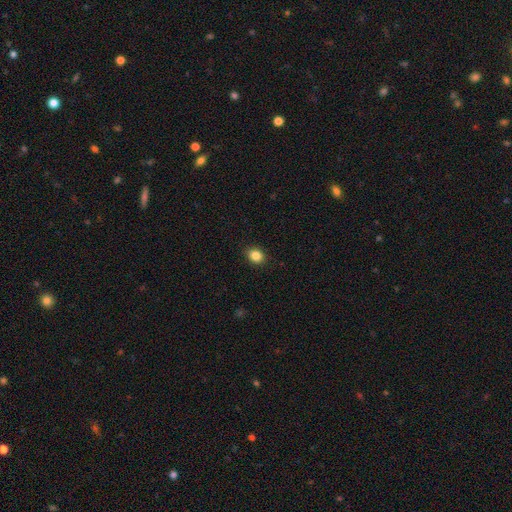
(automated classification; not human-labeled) A smooth galaxy with no disk features (85%) that is round (58%). Merging: none (90%).